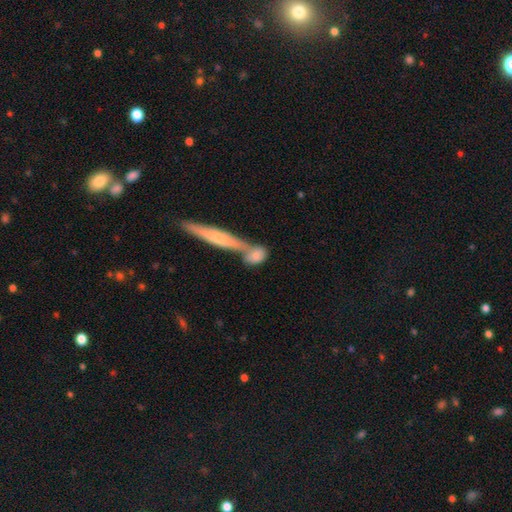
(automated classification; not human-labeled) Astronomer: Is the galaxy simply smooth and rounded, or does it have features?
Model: smooth — 71%.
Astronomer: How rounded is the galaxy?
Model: in between — 48% (runner-up: round, 26%).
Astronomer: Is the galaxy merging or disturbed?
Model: merger — 44% (runner-up: none, 40%).